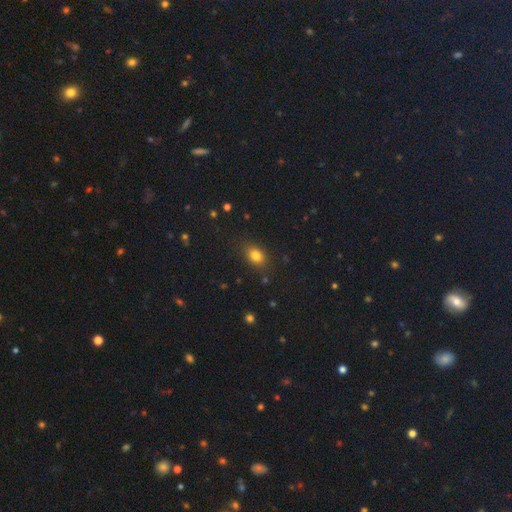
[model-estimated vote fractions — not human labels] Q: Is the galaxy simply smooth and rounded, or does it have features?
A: smooth — 80%.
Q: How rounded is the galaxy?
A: in between — 68%.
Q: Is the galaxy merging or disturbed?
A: none — 83%.